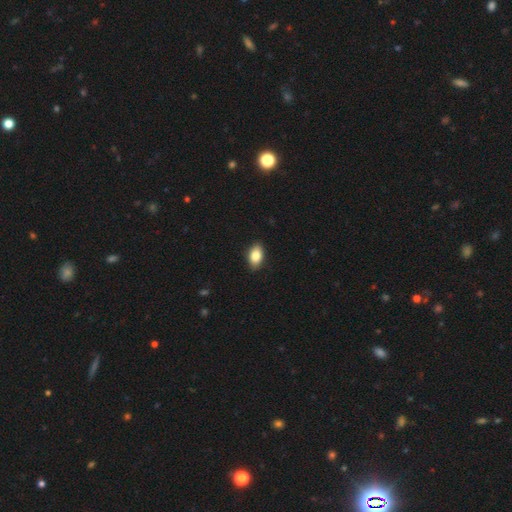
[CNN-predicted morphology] Smooth or featured: smooth — 84% (featured or disk — 9%)
How rounded: in between — 90% (round — 8%)
Merging: none — 88% (minor disturbance — 9%)